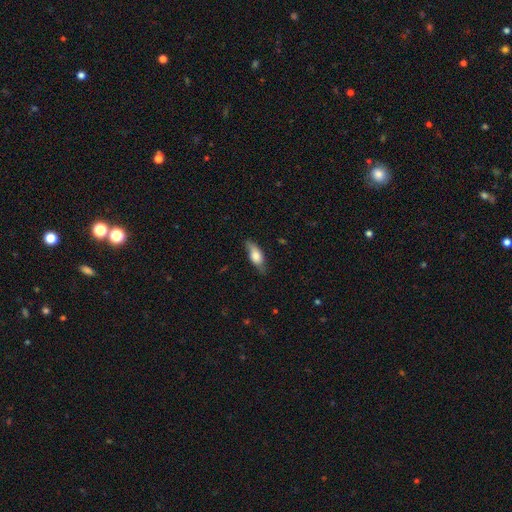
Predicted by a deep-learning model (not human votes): This is likely a smooth galaxy (69%). How rounded: likely in between (73%). Merging: likely none (70%).